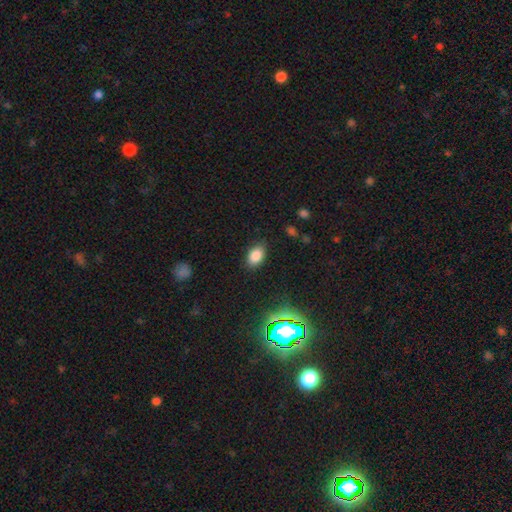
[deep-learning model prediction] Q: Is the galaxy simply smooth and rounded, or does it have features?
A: smooth — 83%.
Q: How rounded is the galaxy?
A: in between — 88%.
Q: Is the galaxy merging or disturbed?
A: none — 84%.